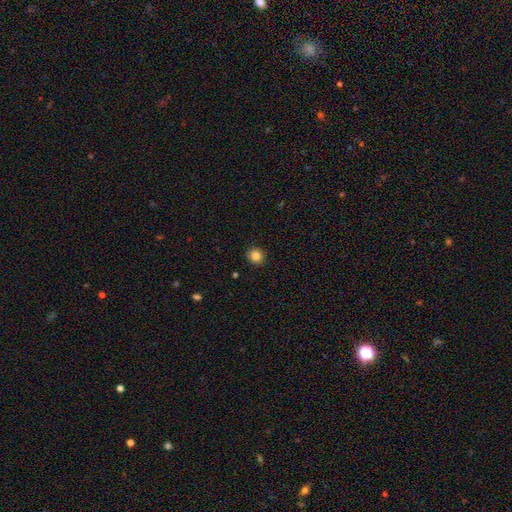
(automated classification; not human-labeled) A smooth galaxy with no disk features (85%) that is round (87%).

Vote fractions:
- Smooth or featured? smooth: 85% / star or artifact: 11% / featured or disk: 4%
- How rounded? round: 87% / in between: 12% / cigar-shaped: 1%
- Merging? none: 91% / minor disturbance: 6% / major disturbance: 2% / merger: 1%